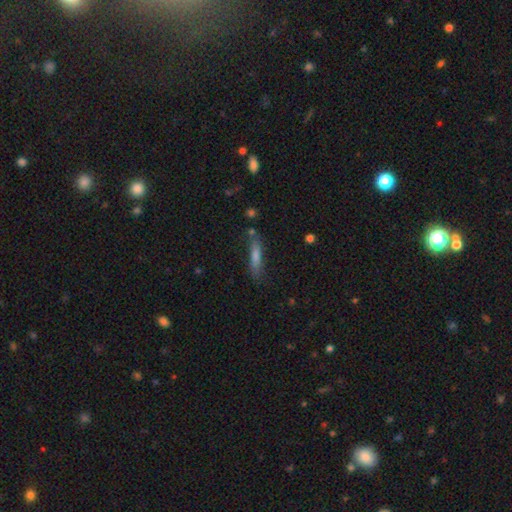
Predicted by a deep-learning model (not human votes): Morphology: type=smooth (62%); roundness=cigar-shaped (84%); merging=none (72%).